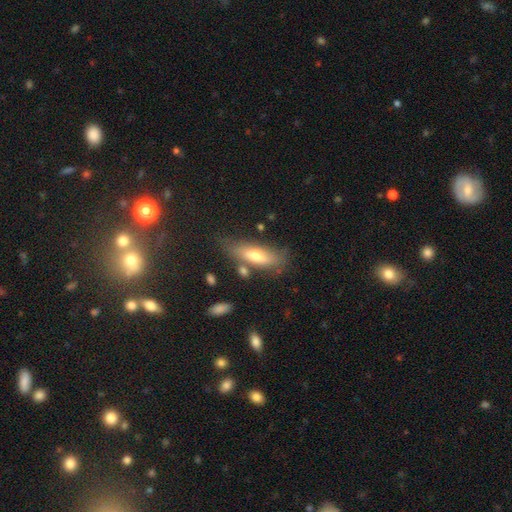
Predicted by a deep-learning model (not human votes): Smooth or featured? Predicted: smooth (p=0.61). How rounded? Predicted: in between (p=0.56). Merging? Predicted: none (p=0.65).